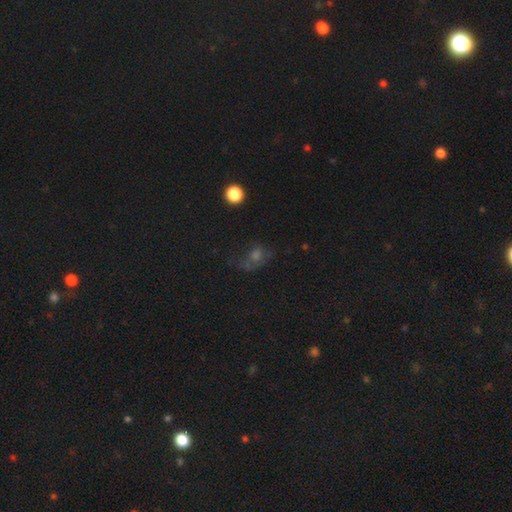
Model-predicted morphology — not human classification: The model was most divided on "smooth or featured": smooth: 42%, star or artifact: 32%, featured or disk: 26%. Remaining: merging — none (44%).